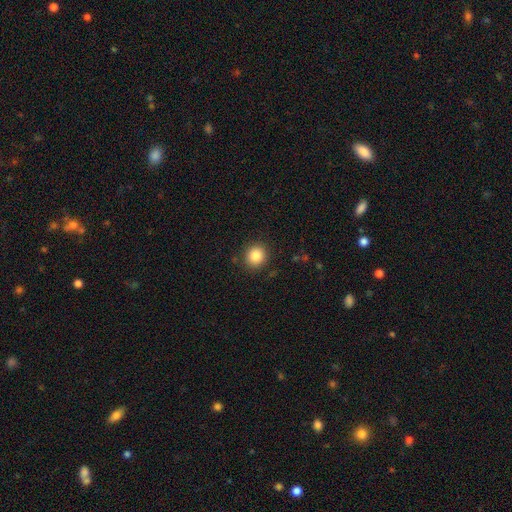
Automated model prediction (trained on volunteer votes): Overall: smooth (84%). How rounded: round (88%). Merging: none (89%).